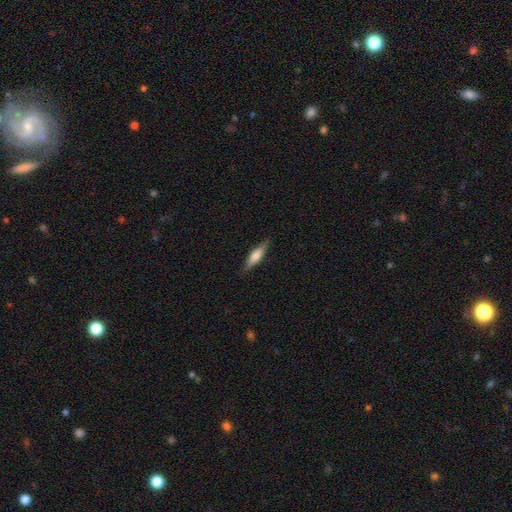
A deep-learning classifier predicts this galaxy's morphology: A smooth galaxy with no disk features (54%) that is cigar-shaped (72%).

Vote fractions:
- Smooth or featured? smooth: 54% / featured or disk: 40% / star or artifact: 6%
- How rounded? cigar-shaped: 72% / in between: 26% / round: 2%
- Merging? none: 87% / minor disturbance: 10% / major disturbance: 2% / merger: 1%